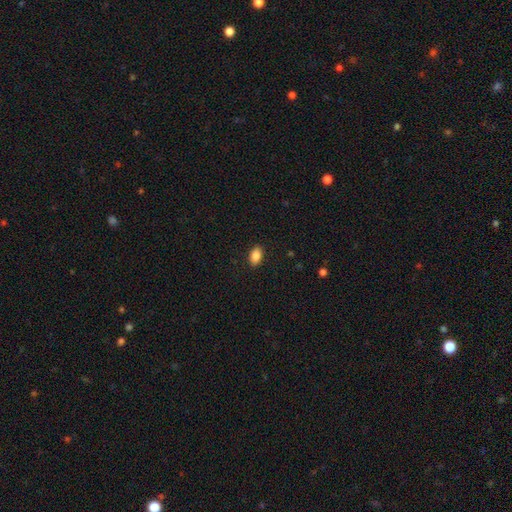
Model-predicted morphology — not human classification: This appears to be a smooth galaxy with no disk features (89%) that is in between round and cigar-shaped (91%). Merging: none (89%).